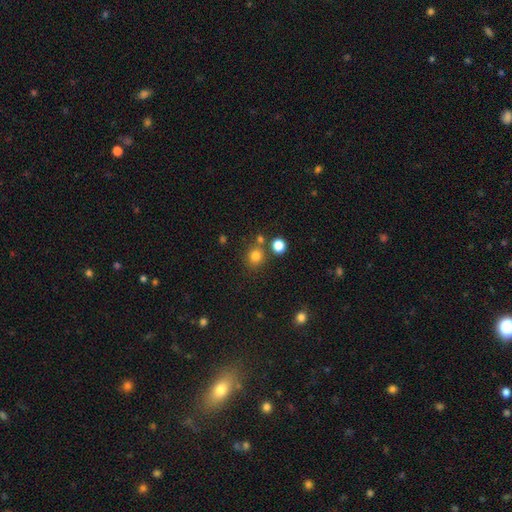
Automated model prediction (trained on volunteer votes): Smooth or featured? smooth (79%)
How rounded? round (87%)
Merging? none (74%)